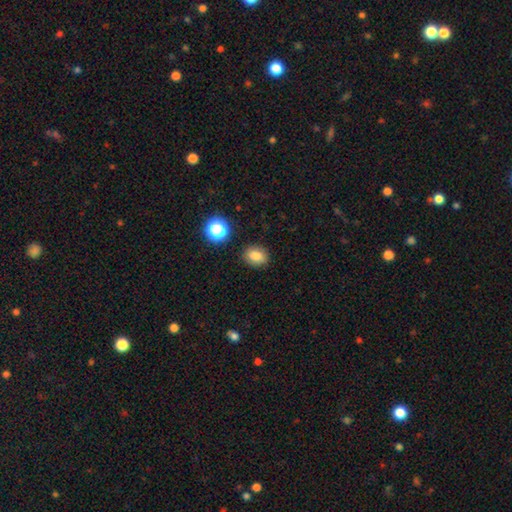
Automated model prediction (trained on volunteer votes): smooth_or_featured: smooth (p=0.81) [alt: star or artifact p=0.12]
how_rounded: in between (p=0.55) [alt: round p=0.44]
merging: none (p=0.87) [alt: minor disturbance p=0.08]